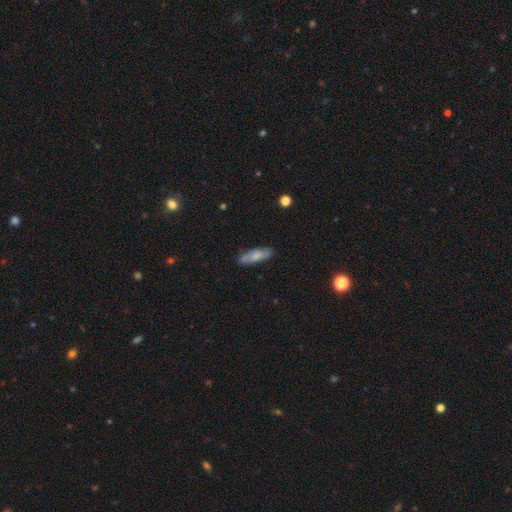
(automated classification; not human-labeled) Morphology: type=smooth (72%); roundness=in between (58%); merging=none (82%).